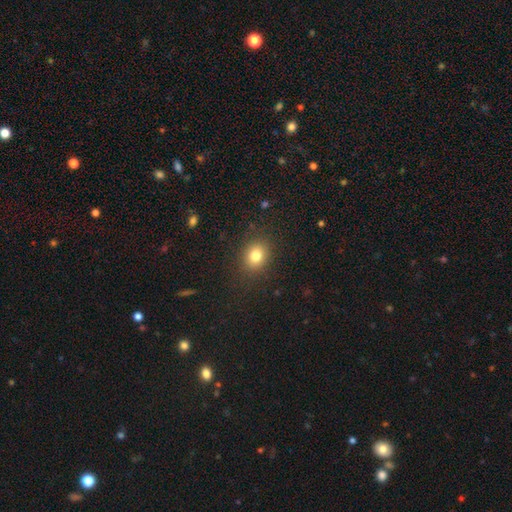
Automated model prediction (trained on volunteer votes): This appears to be a smooth galaxy with no disk features (80%) that is round (63%). Merging: none (87%).